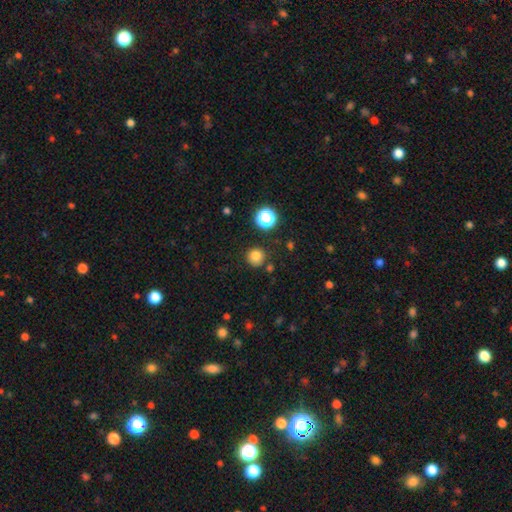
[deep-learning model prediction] The model was most divided on "smooth or featured": smooth: 80%, star or artifact: 14%, featured or disk: 6%. More confident: how rounded — round (91%); merging — none (83%).